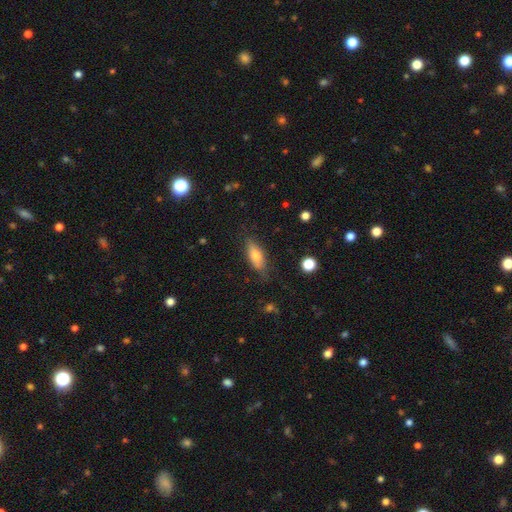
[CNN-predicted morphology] smooth-or-featured: smooth: 70% | featured or disk: 23% | star or artifact: 7%
  how-rounded: in between: 71% | cigar-shaped: 26% | round: 3%
  merging: none: 78% | minor disturbance: 16% | major disturbance: 4% | merger: 2%